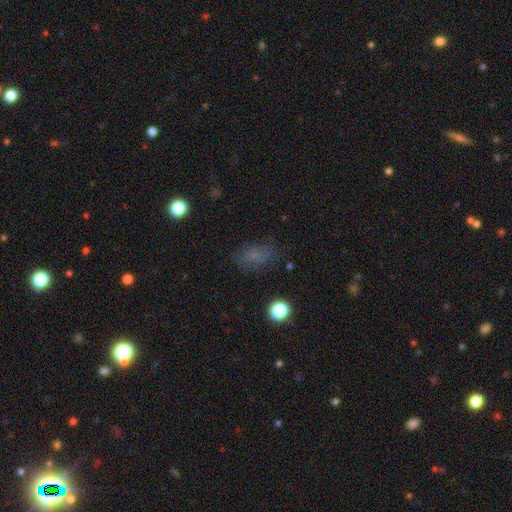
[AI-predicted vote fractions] Morphology: type=smooth (64%); roundness=in between (79%); merging=none (69%).